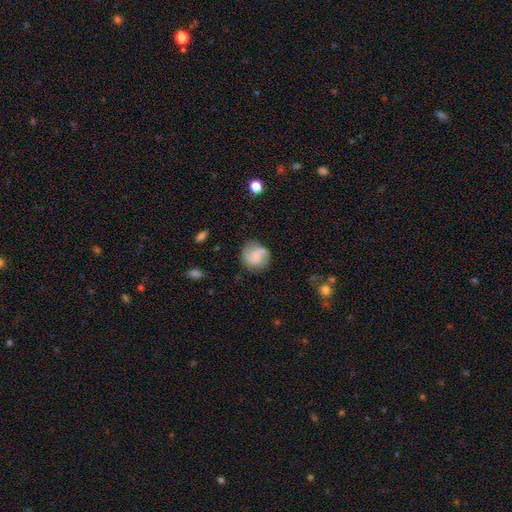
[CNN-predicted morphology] type=smooth (62%); roundness=round (79%); merging=none (63%).